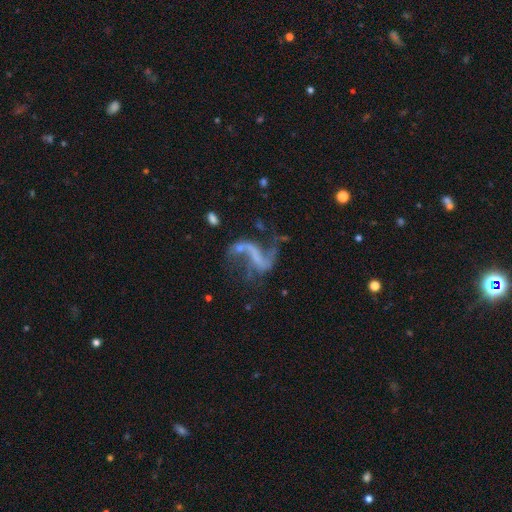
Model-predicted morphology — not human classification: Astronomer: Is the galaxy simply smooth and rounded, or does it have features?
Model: featured or disk — 80%.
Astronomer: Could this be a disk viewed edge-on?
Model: no — 97%.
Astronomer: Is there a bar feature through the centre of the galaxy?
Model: no — 36% (runner-up: weak, 33%).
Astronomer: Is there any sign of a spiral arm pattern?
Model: yes — 83%.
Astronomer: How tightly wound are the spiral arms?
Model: loose — 86%.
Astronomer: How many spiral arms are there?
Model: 2 — 83%.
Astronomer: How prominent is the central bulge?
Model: none — 67%.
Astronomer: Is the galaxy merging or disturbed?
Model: none — 44% (runner-up: major disturbance, 30%).